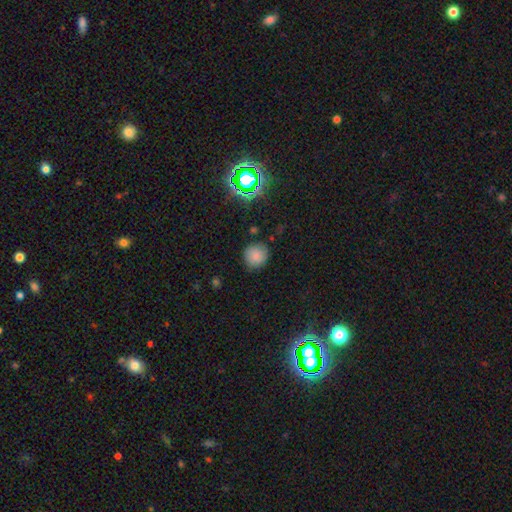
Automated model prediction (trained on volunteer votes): The model was most divided on "smooth or featured": smooth: 77%, star or artifact: 15%, featured or disk: 8%. More confident: how rounded — round (91%); merging — none (83%).